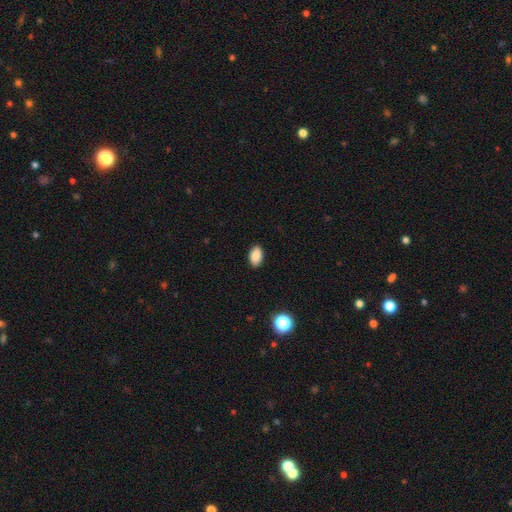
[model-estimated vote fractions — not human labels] Q: Smooth or featured?
A: smooth (88%); runner-up: star or artifact (8%)
Q: How rounded?
A: in between (91%); runner-up: round (7%)
Q: Merging?
A: none (90%); runner-up: minor disturbance (8%)